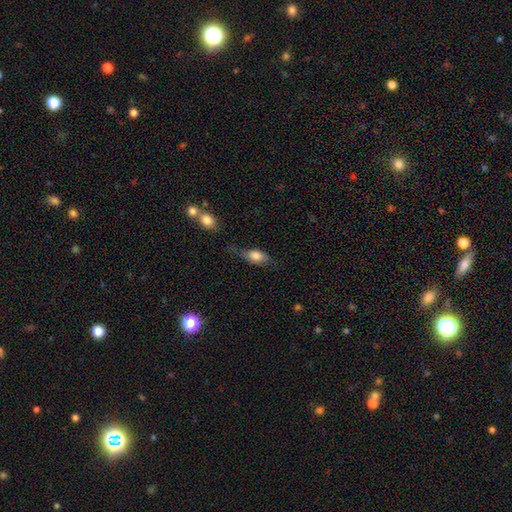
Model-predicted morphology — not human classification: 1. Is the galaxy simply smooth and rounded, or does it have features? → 72% smooth, 20% featured or disk, 7% star or artifact.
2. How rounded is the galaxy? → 80% in between, 12% cigar-shaped, 9% round.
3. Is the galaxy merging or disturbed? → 44% none, 32% minor disturbance, 18% major disturbance, 7% merger.